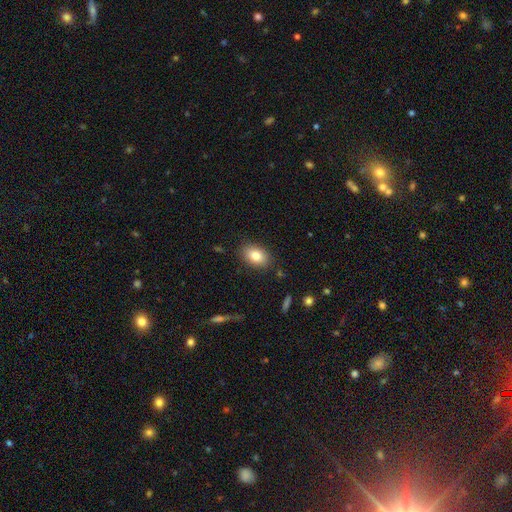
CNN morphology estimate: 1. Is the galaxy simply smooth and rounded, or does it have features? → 82% smooth, 10% featured or disk, 8% star or artifact.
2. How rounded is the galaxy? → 85% in between, 14% round, 1% cigar-shaped.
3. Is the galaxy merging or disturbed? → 86% none, 10% minor disturbance, 3% major disturbance, 1% merger.